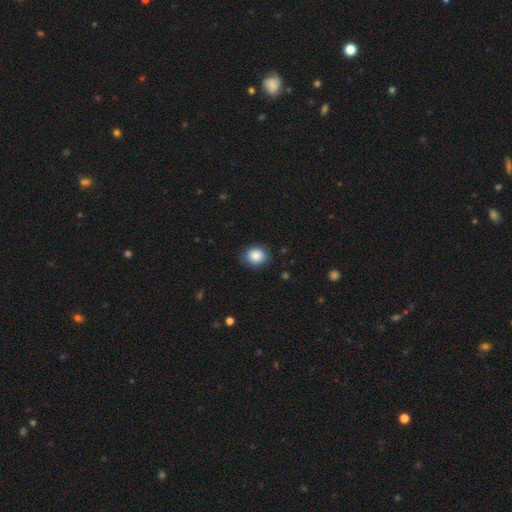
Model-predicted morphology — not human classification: A smooth galaxy with no disk features (86%) that is round (67%). Merging: none (81%).